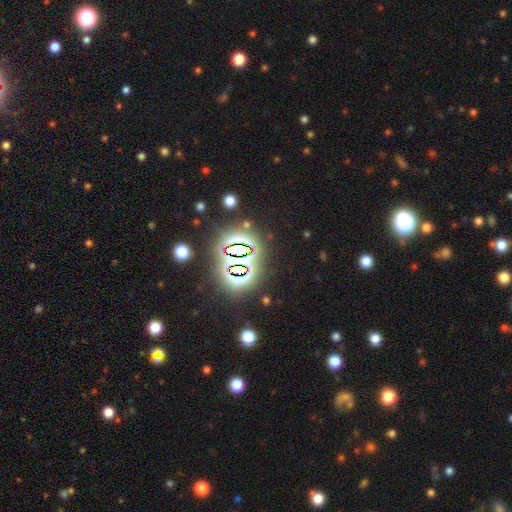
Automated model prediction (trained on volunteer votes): Smooth or featured? star or artifact (78%)